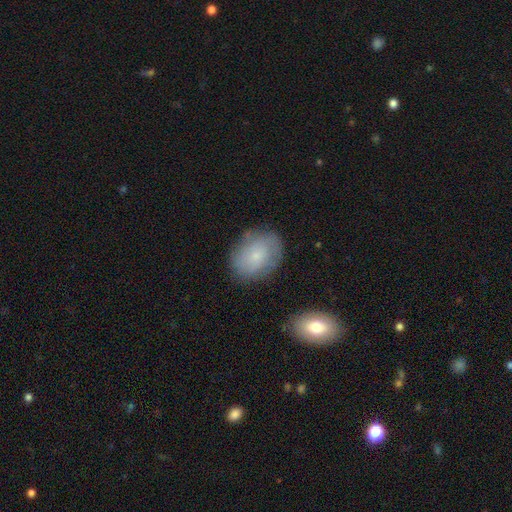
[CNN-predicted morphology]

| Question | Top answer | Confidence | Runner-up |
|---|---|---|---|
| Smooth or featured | smooth | 63% | featured or disk (29%) |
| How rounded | in between | 72% | round (27%) |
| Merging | none | 76% | minor disturbance (17%) |